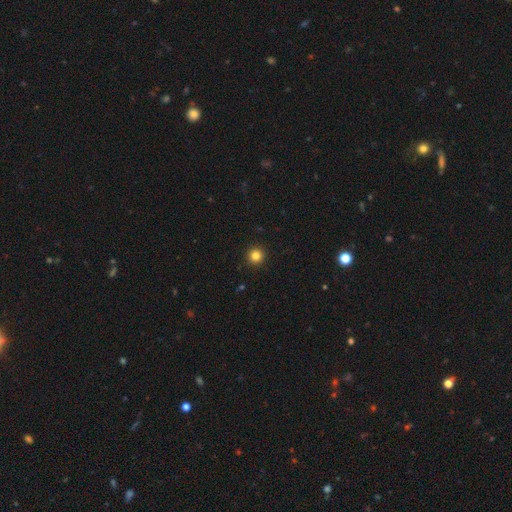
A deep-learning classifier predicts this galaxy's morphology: smooth_or_featured: smooth (p=0.83) [alt: star or artifact p=0.12]
how_rounded: round (p=0.96) [alt: in between p=0.03]
merging: none (p=0.94) [alt: minor disturbance p=0.04]